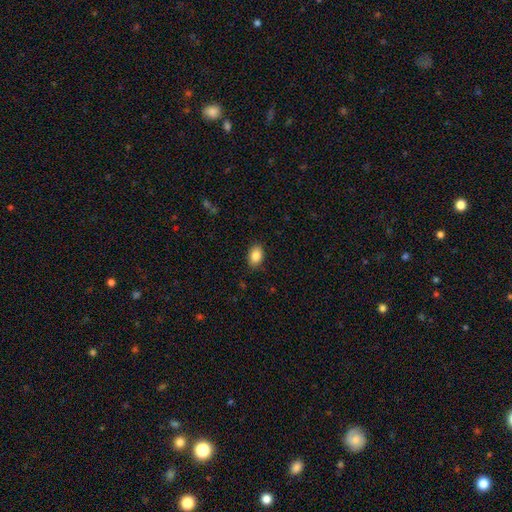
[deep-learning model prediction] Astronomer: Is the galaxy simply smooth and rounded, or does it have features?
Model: smooth — 87%.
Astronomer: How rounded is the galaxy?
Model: in between — 83%.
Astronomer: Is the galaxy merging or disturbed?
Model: none — 86%.